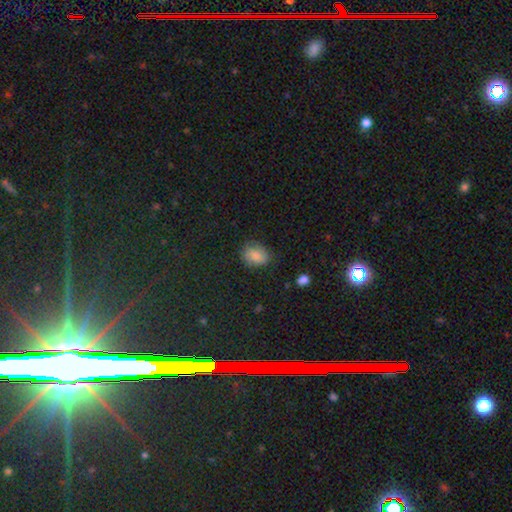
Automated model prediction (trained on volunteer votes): A smooth galaxy with no disk features (79%) that is in between round and cigar-shaped (58%).

Vote fractions:
- Smooth or featured? smooth: 79% / featured or disk: 11% / star or artifact: 10%
- How rounded? in between: 58% / round: 41% / cigar-shaped: 1%
- Merging? none: 70% / minor disturbance: 22% / major disturbance: 6% / merger: 1%